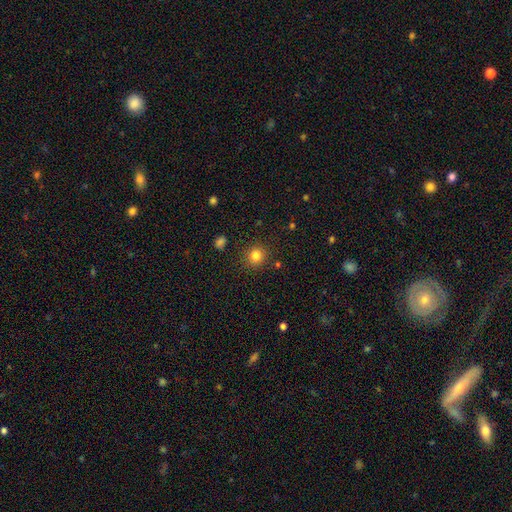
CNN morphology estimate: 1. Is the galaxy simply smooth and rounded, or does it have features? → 82% smooth, 13% star or artifact, 5% featured or disk.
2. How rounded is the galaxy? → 89% round, 10% in between, 1% cigar-shaped.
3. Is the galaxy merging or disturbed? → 88% none, 7% minor disturbance, 3% major disturbance, 2% merger.